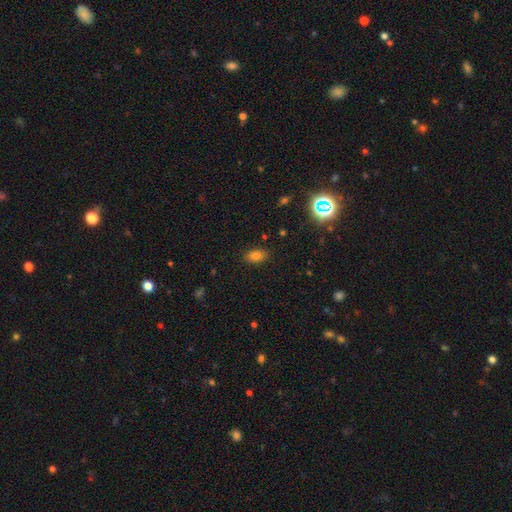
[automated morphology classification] Smooth or featured?
  - smooth: 79% *
  - star or artifact: 14%
  - featured or disk: 7%
How rounded?
  - in between: 87% *
  - round: 11%
  - cigar-shaped: 2%
Merging?
  - none: 86% *
  - minor disturbance: 10%
  - major disturbance: 3%
  - merger: 1%